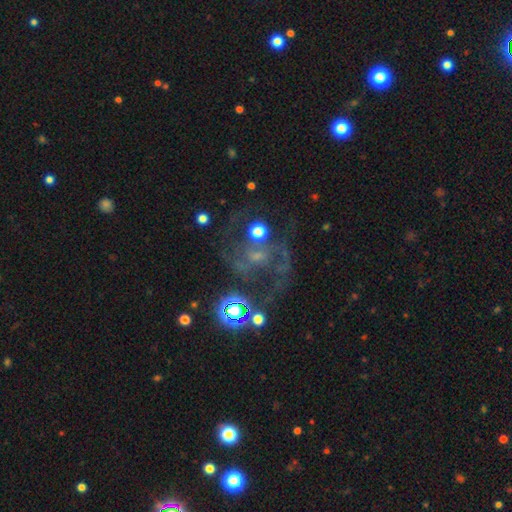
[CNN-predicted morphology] Overall: featured or disk (66%). Edge-on disk: no (97%). Bar: no (53%; weak 36%). Spiral arms: yes (83%). Spiral arm count: 2 (59%; can't tell 20%). Spiral winding: medium (51%; loose 26%). Bulge size: small (48%; moderate 27%). Merging: none (51%; major disturbance 24%).